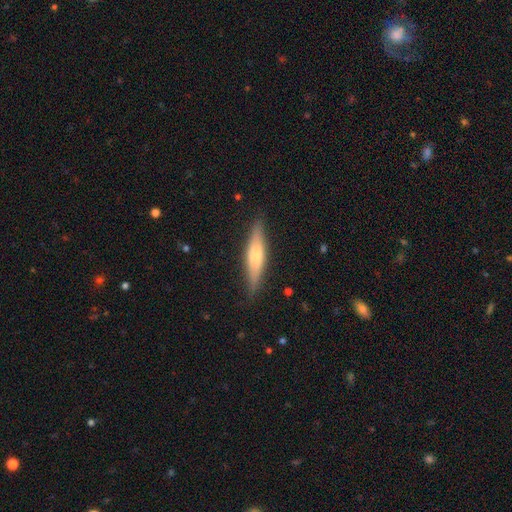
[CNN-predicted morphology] type=featured or disk (49%); merging=none (86%).